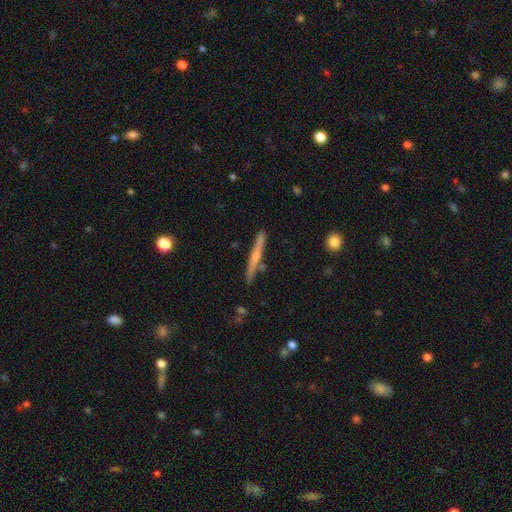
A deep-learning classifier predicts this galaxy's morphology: The model was most divided on "edge-on bulge": rounded: 50%, none: 40%, boxy: 10%. More confident: edge-on disk — yes (97%); merging — none (84%); smooth or featured — featured or disk (56%).